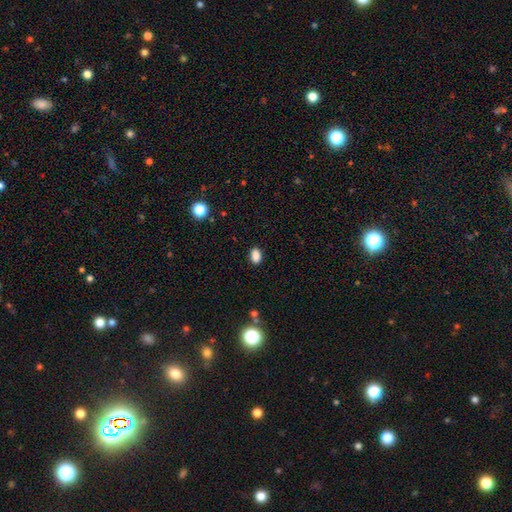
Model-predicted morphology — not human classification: This appears to be a smooth galaxy with no disk features (86%) that is in between round and cigar-shaped (84%). Merging: none (88%).